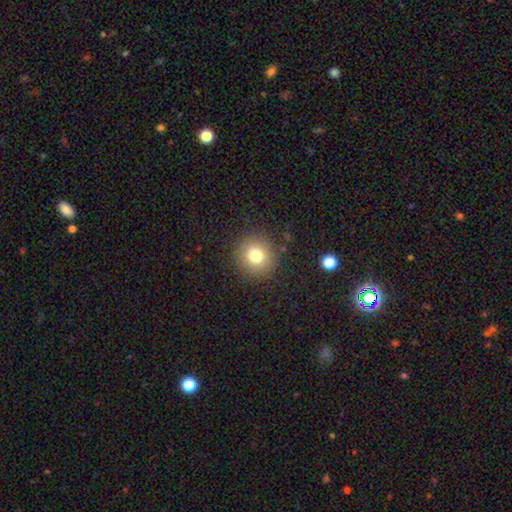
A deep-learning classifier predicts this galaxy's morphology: Smooth or featured?
  - smooth: 78% *
  - star or artifact: 13%
  - featured or disk: 10%
How rounded?
  - round: 92% *
  - in between: 7%
  - cigar-shaped: 1%
Merging?
  - none: 89% *
  - minor disturbance: 7%
  - major disturbance: 3%
  - merger: 1%